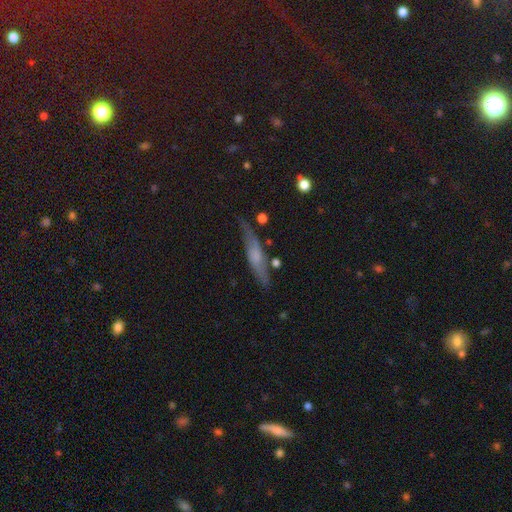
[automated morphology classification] Smooth or featured: featured or disk — 51% (smooth — 40%)
Edge-on disk: yes — 80% (no — 20%)
Merging: none — 69% (minor disturbance — 21%)